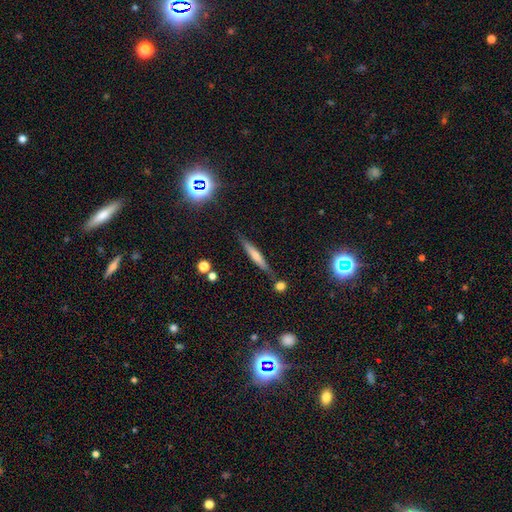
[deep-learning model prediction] A smooth galaxy with no disk features (52%) that is cigar-shaped (91%).

Vote fractions:
- Smooth or featured? smooth: 52% / featured or disk: 40% / star or artifact: 8%
- How rounded? cigar-shaped: 91% / in between: 7% / round: 2%
- Merging? none: 79% / minor disturbance: 12% / merger: 6% / major disturbance: 3%